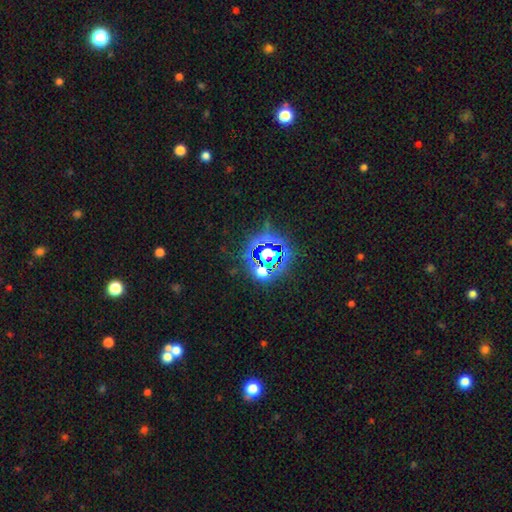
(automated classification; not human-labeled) Morphology: type=star or artifact (78%).